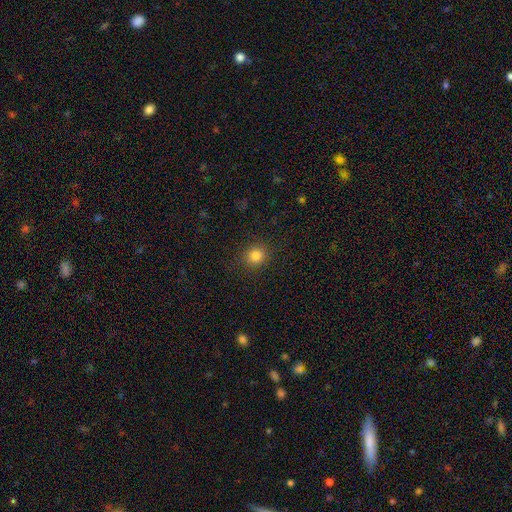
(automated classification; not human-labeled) Overall: smooth (83%). How rounded: round (87%). Merging: none (88%).